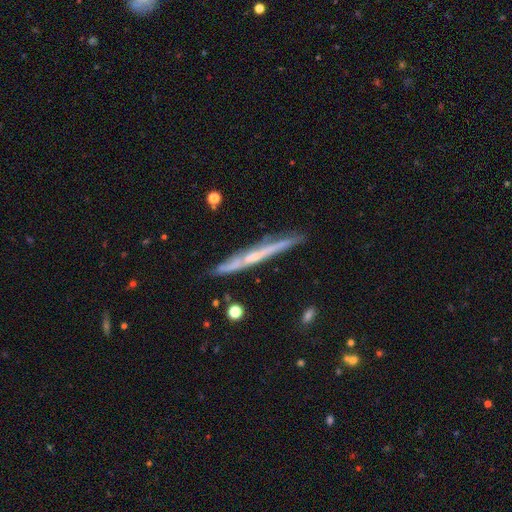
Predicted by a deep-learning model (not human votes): Smooth or featured? featured or disk (67%)
Edge-on disk? yes (94%)
Edge-on bulge? none (66%)
Merging? none (82%)